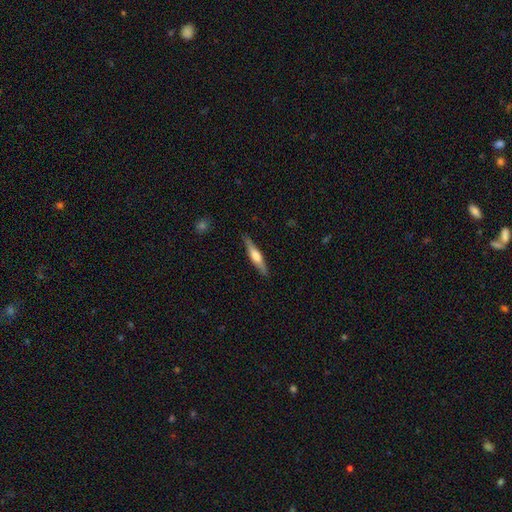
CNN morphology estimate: Smooth or featured?
  - featured or disk: 52% *
  - smooth: 42%
  - star or artifact: 5%
Edge-on disk?
  - yes: 96% *
  - no: 4%
Edge-on bulge?
  - rounded: 72% *
  - boxy: 20%
  - none: 8%
Merging?
  - none: 87% *
  - minor disturbance: 10%
  - major disturbance: 2%
  - merger: 1%